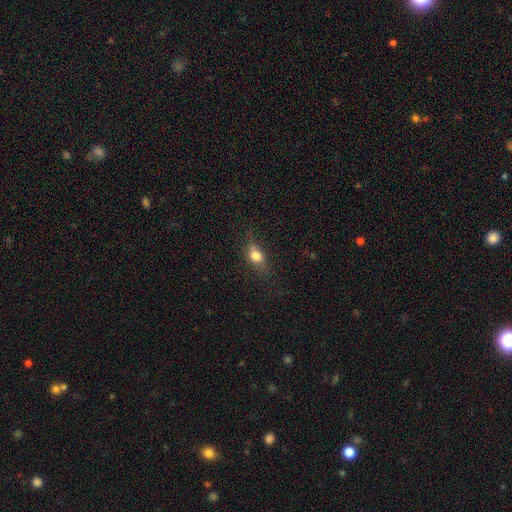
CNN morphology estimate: This is likely a smooth galaxy (75%). How rounded: likely in between (69%). Merging: likely none (67%).